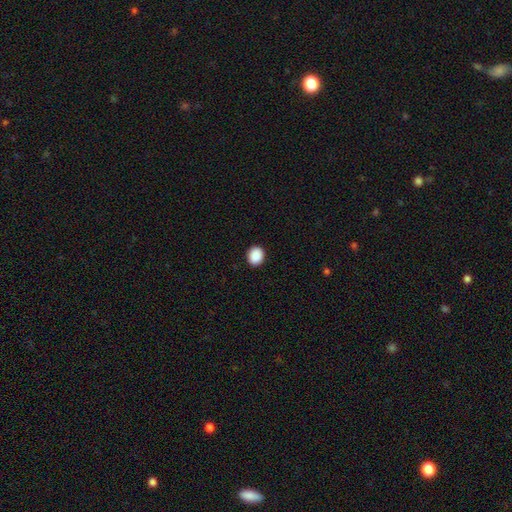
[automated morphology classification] smooth 90%, star or artifact 8%, featured or disk 2%. Down the decision tree: how rounded — round (67%); merging — none (92%).